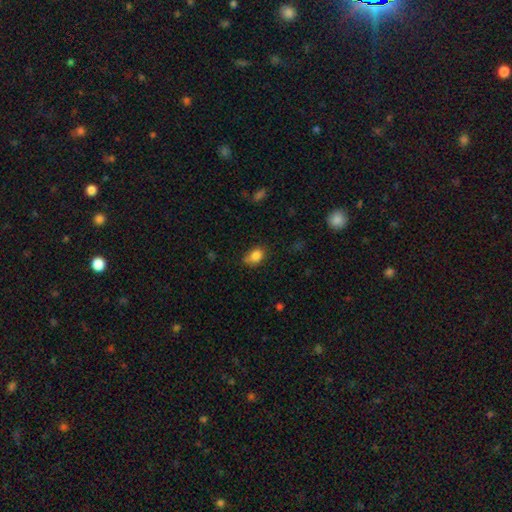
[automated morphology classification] Smooth or featured: smooth — 84% (star or artifact — 9%)
How rounded: in between — 71% (round — 28%)
Merging: none — 60% (minor disturbance — 31%)